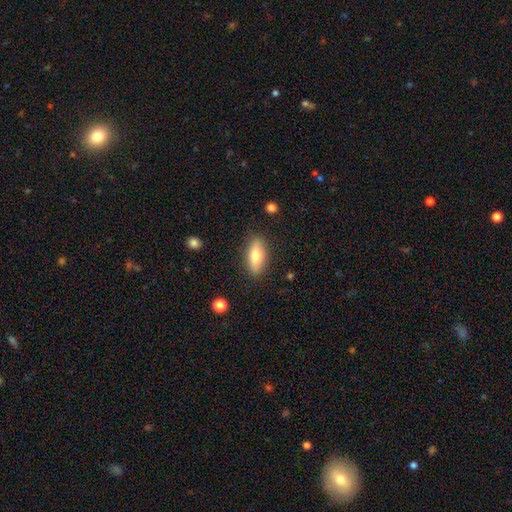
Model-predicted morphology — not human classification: smooth_or_featured: smooth (p=0.72) [alt: featured or disk p=0.21]
how_rounded: in between (p=0.74) [alt: cigar-shaped p=0.22]
merging: none (p=0.84) [alt: minor disturbance p=0.11]